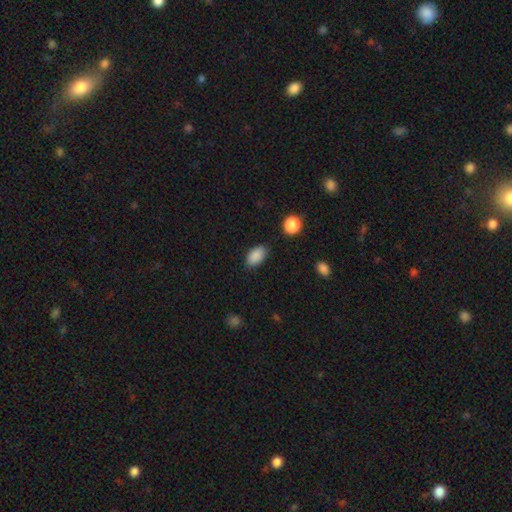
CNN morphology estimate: smooth_or_featured: smooth (p=0.88) [alt: star or artifact p=0.08]
how_rounded: in between (p=0.92) [alt: round p=0.07]
merging: none (p=0.82) [alt: minor disturbance p=0.13]